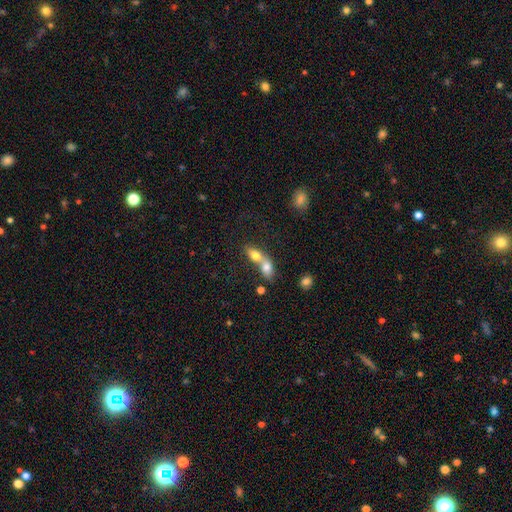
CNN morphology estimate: Smooth or featured: smooth — 74% (featured or disk — 18%)
How rounded: in between — 73% (round — 18%)
Merging: merger — 77% (none — 15%)